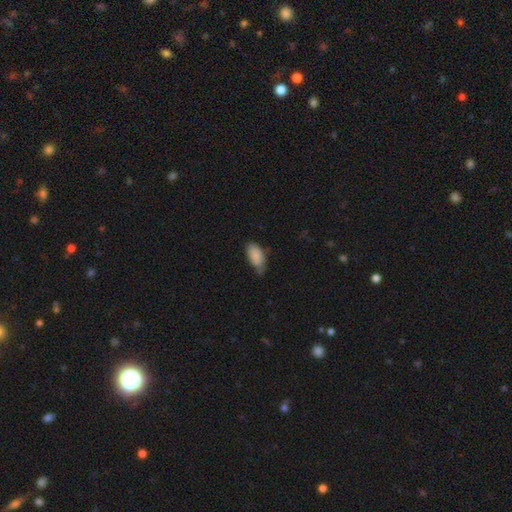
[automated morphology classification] smooth 87%, star or artifact 7%, featured or disk 7%. Down the decision tree: how rounded — in between (93%); merging — none (52%).